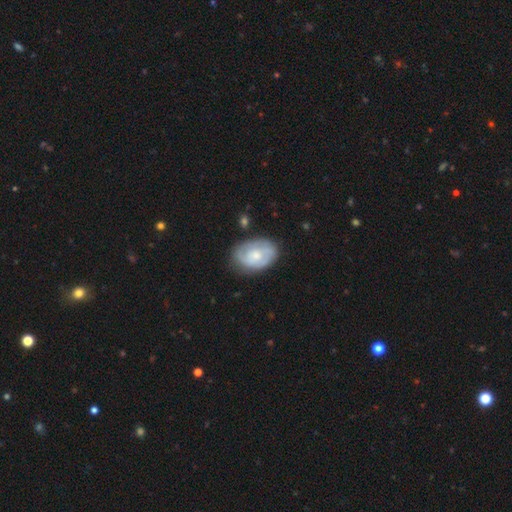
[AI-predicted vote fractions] Smooth or featured? featured or disk (57%)
Edge-on disk? no (96%)
Bar? no (76%)
Spiral arms? yes (72%)
Bulge size? small (45%, tied with moderate)
Merging? none (69%)